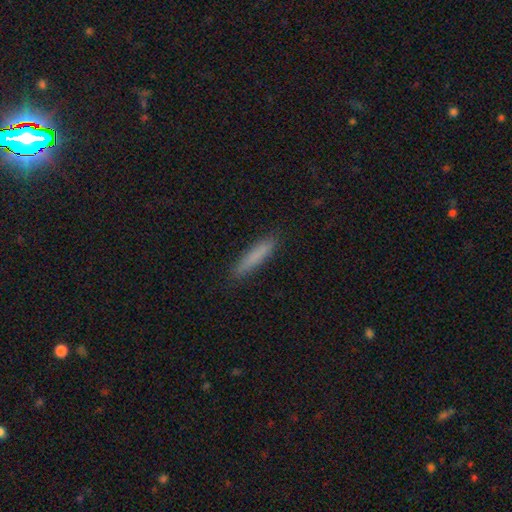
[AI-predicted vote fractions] This appears to be a smooth galaxy with no disk features (81%) that is cigar-shaped (91%). Merging: none (89%).